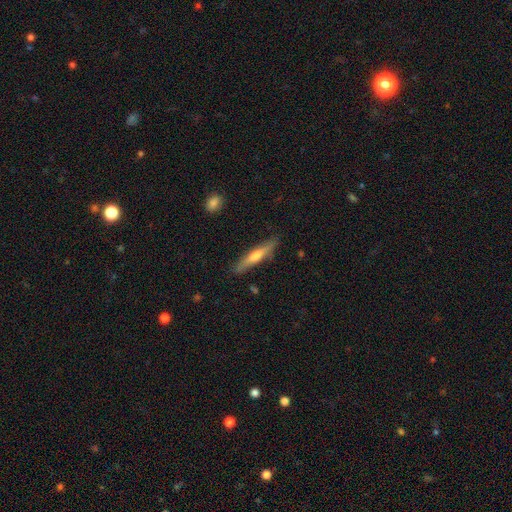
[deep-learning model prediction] smooth 51%, featured or disk 43%, star or artifact 6%. Down the decision tree: how rounded — cigar-shaped (90%); merging — none (86%).